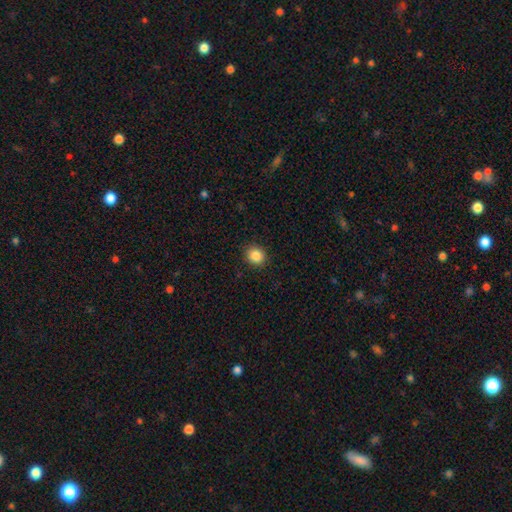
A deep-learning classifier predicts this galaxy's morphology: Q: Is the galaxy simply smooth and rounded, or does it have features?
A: smooth — 86%.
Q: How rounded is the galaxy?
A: round — 78%.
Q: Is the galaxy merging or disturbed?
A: none — 90%.